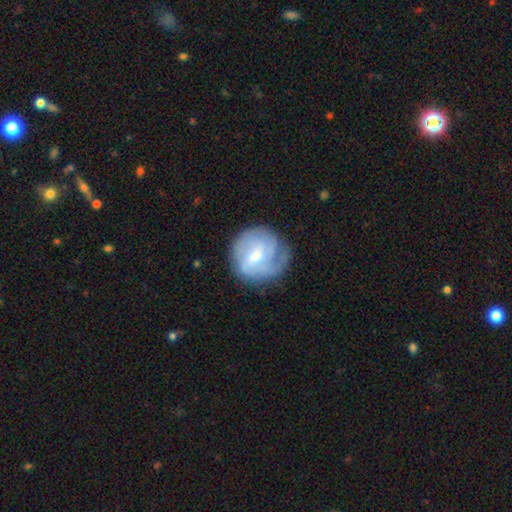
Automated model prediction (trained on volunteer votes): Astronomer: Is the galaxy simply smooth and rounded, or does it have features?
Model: featured or disk — 67%.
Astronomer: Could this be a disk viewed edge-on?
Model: no — 98%.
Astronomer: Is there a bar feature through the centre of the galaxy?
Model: weak — 58%.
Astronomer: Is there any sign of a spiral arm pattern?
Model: yes — 87%.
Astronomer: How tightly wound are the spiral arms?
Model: tight — 43% (runner-up: medium, 37%).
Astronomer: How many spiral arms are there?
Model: can't tell — 36% (runner-up: 2, 25%).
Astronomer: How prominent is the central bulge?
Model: small — 49% (runner-up: moderate, 40%).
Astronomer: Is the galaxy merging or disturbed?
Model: none — 62%.